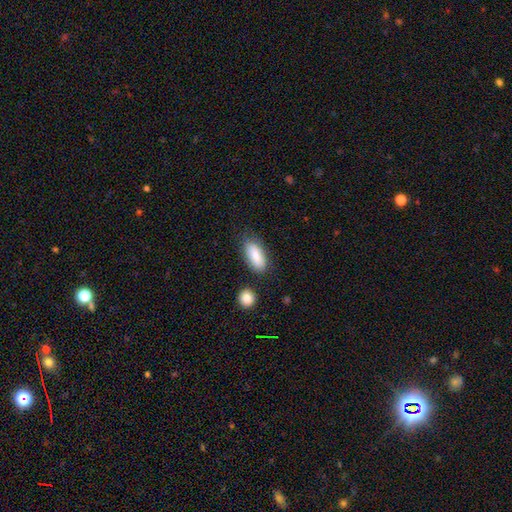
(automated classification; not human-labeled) Smooth or featured? Predicted: smooth (p=0.85). How rounded? Predicted: in between (p=0.86). Merging? Predicted: none (p=0.76).